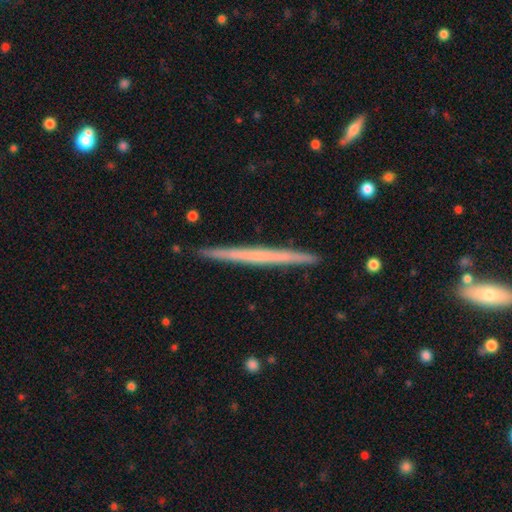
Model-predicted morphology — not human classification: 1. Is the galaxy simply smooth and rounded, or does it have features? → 54% featured or disk, 41% smooth, 5% star or artifact.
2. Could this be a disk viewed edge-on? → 98% yes, 2% no.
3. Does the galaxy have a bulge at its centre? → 90% none, 7% rounded, 3% boxy.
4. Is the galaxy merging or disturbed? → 91% none, 6% minor disturbance, 1% merger, 1% major disturbance.